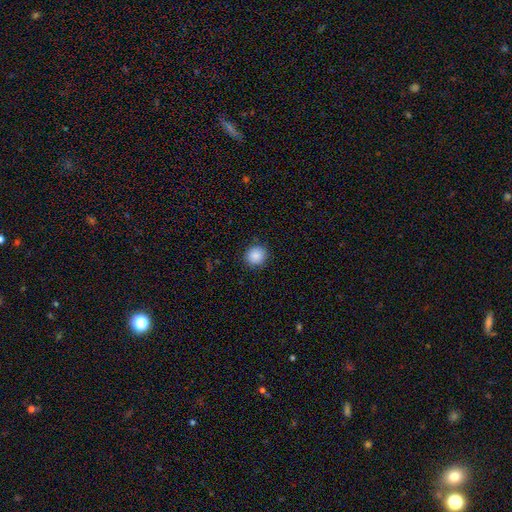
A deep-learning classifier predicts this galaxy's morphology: Overall: smooth (88%). How rounded: round (87%). Merging: none (89%).